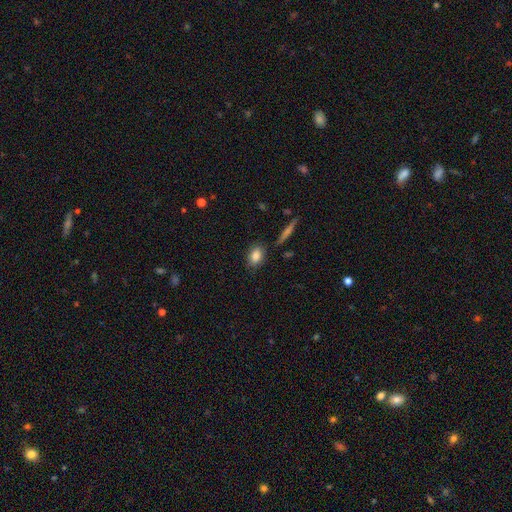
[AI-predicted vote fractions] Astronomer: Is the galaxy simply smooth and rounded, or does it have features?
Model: smooth — 84%.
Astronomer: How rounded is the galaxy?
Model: in between — 76%.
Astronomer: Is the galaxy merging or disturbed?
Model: none — 81%.